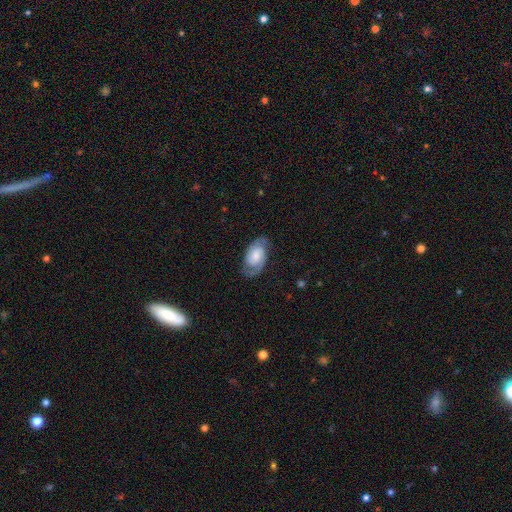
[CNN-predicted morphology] smooth_or_featured: featured or disk (p=0.76) [alt: smooth p=0.18]
disk_edge_on: no (p=0.96) [alt: yes p=0.04]
bar: no (p=0.58) [alt: weak p=0.35]
has_spiral_arms: yes (p=0.95) [alt: no p=0.05]
spiral_winding: medium (p=0.46) [alt: tight p=0.40]
spiral_arm_count: 2 (p=0.88) [alt: can't tell p=0.06]
bulge_size: moderate (p=0.40) [alt: small p=0.31]
merging: none (p=0.76) [alt: minor disturbance p=0.17]